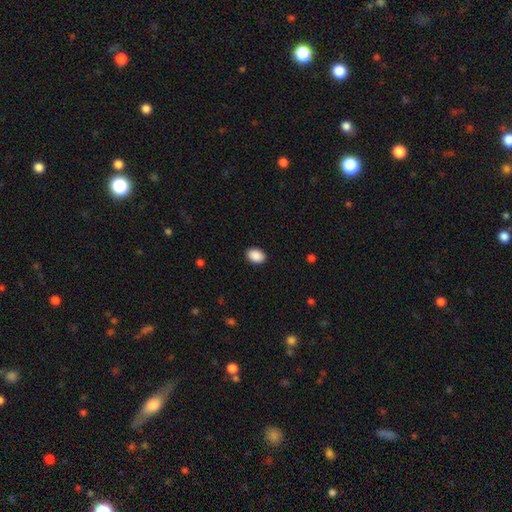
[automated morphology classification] smooth-or-featured: smooth: 90% | star or artifact: 7% | featured or disk: 3%
  how-rounded: in between: 79% | round: 21% | cigar-shaped: 1%
  merging: none: 90% | minor disturbance: 7% | major disturbance: 2% | merger: 1%